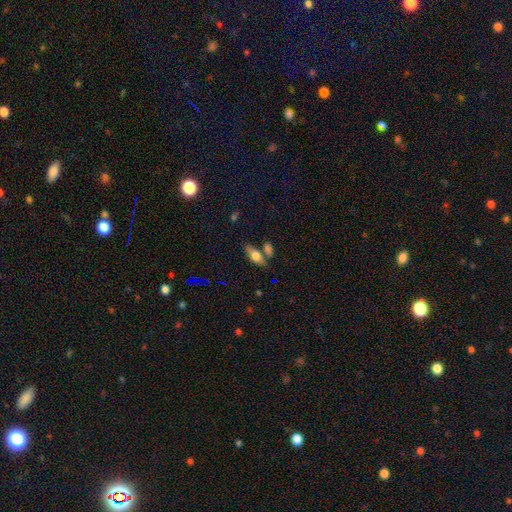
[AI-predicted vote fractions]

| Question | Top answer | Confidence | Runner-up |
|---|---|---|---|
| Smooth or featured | smooth | 67% | featured or disk (25%) |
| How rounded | in between | 74% | cigar-shaped (22%) |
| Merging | none | 62% | merger (20%) |